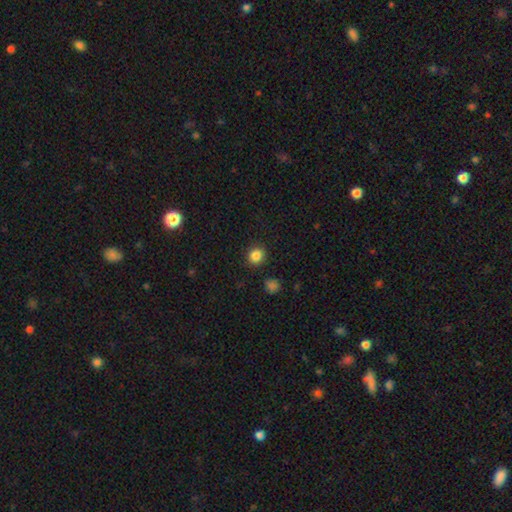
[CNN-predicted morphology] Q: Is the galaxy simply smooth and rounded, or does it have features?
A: smooth — 85%.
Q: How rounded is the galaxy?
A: round — 84%.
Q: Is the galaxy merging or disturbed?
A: none — 89%.